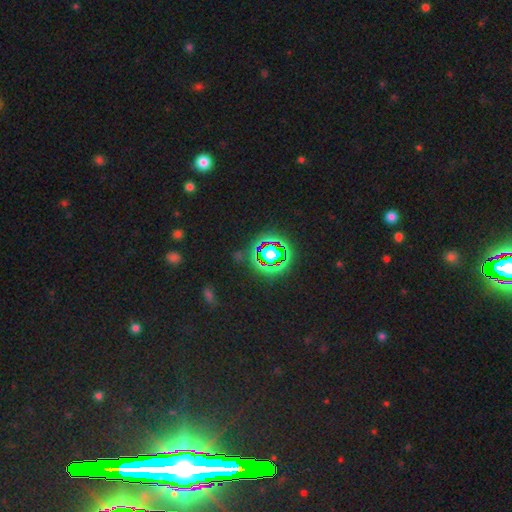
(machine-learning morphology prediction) star or artifact 76%, smooth 13%, featured or disk 11%.